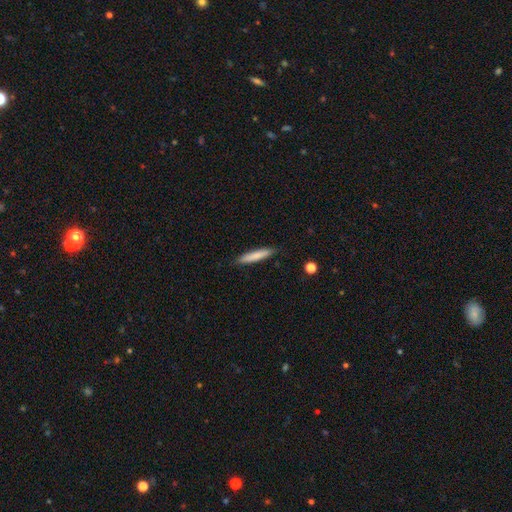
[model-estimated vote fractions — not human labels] A smooth galaxy with no disk features (79%) that is cigar-shaped (91%).

Vote fractions:
- Smooth or featured? smooth: 79% / featured or disk: 15% / star or artifact: 6%
- How rounded? cigar-shaped: 91% / in between: 8% / round: 1%
- Merging? none: 88% / minor disturbance: 9% / major disturbance: 2% / merger: 1%